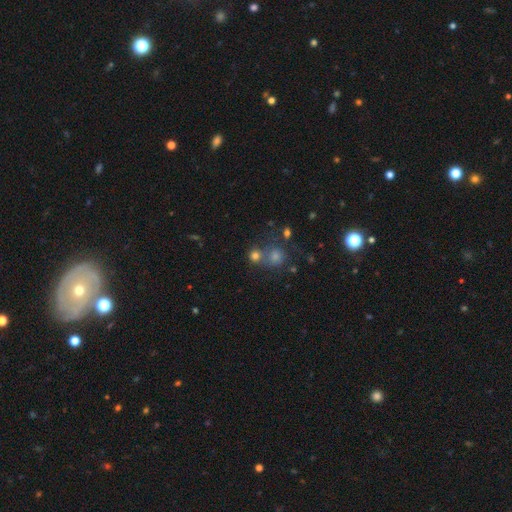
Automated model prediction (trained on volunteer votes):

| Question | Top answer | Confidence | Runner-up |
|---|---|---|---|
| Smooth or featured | smooth | 73% | star or artifact (18%) |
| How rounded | round | 86% | in between (13%) |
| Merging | none | 52% | merger (35%) |